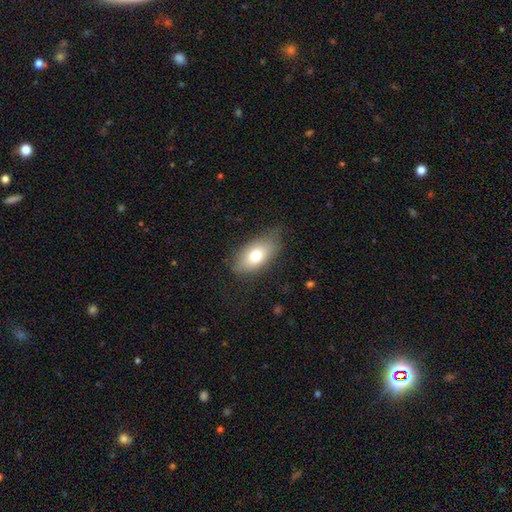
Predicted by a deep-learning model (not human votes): A smooth galaxy with no disk features (72%) that is in between round and cigar-shaped (88%).

Vote fractions:
- Smooth or featured? smooth: 72% / featured or disk: 21% / star or artifact: 8%
- How rounded? in between: 88% / round: 6% / cigar-shaped: 6%
- Merging? none: 70% / minor disturbance: 23% / major disturbance: 6% / merger: 1%